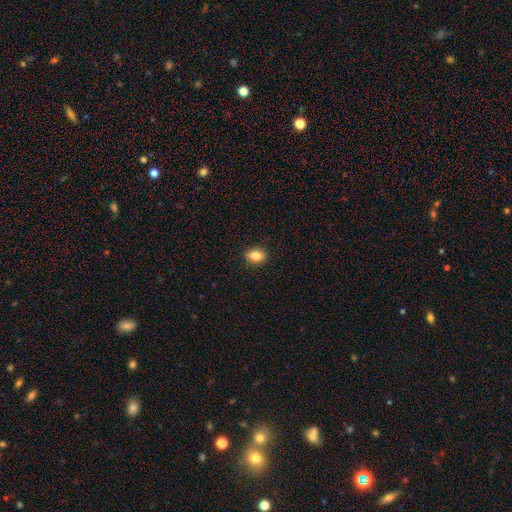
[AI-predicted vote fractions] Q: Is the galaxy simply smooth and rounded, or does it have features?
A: smooth — 82%.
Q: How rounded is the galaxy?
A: in between — 76%.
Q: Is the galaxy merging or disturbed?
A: none — 90%.